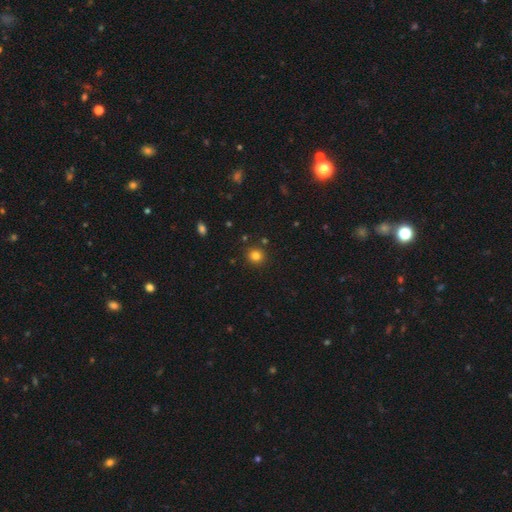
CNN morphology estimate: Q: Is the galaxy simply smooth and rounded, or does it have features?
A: smooth — 80%.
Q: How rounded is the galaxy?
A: round — 90%.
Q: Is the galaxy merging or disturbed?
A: none — 89%.